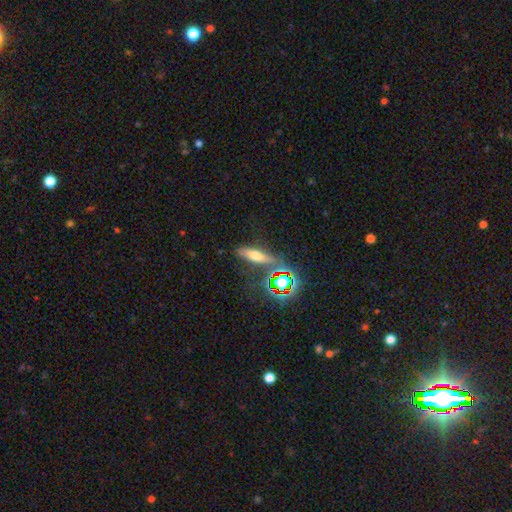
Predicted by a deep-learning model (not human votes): This appears to be a smooth galaxy with no disk features (51%) that is cigar-shaped (62%). Merging: none (72%).